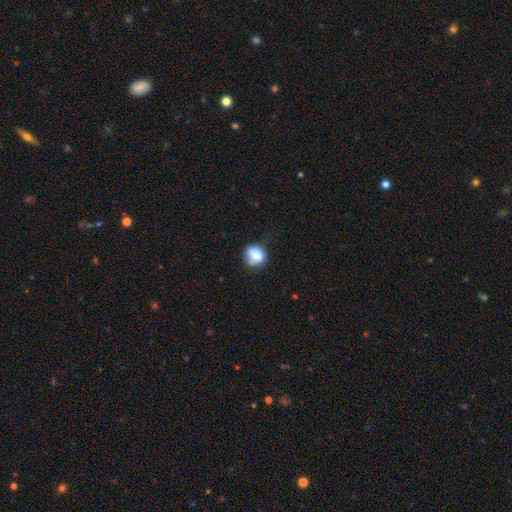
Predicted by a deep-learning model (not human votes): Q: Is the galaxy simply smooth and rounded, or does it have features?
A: smooth — 73%.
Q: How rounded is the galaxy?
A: round — 68%.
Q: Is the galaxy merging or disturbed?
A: none — 57%.